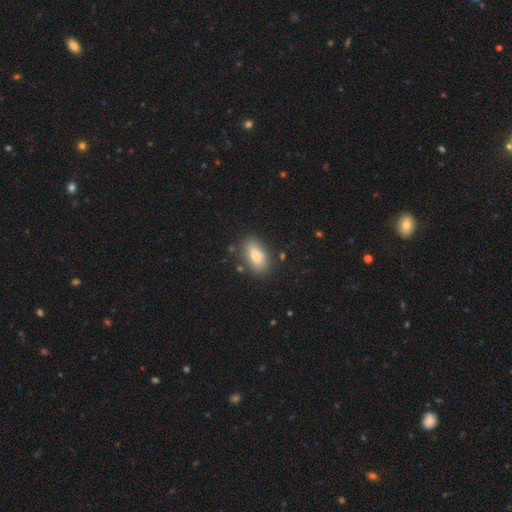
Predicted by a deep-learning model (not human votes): Overall: smooth (71%). How rounded: in between (83%). Merging: none (81%).